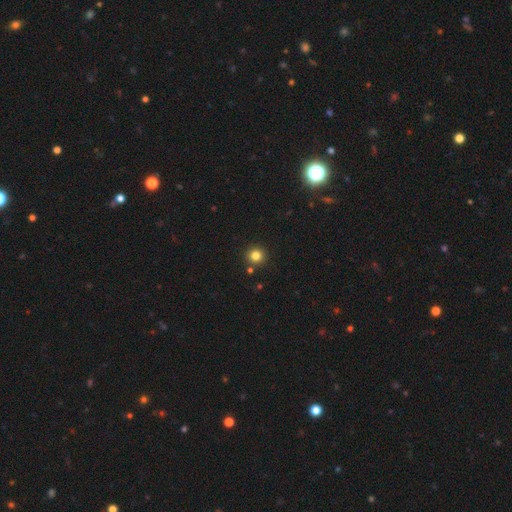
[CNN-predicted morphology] smooth_or_featured: smooth (p=0.81) [alt: star or artifact p=0.13]
how_rounded: round (p=0.94) [alt: in between p=0.05]
merging: none (p=0.89) [alt: minor disturbance p=0.05]